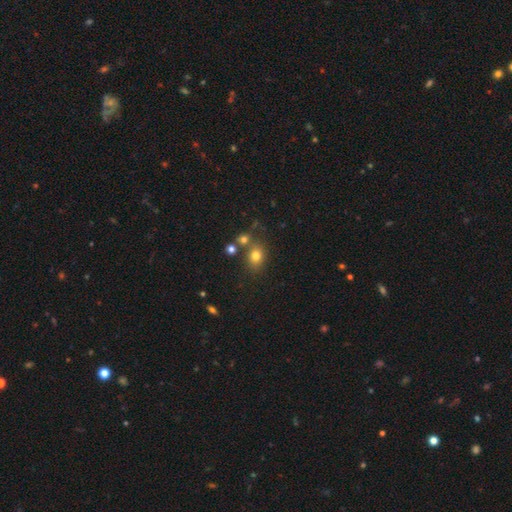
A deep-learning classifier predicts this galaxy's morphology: Smooth or featured? Predicted: smooth (p=0.76). How rounded? Predicted: round (p=0.52). Merging? Predicted: none (p=0.66).